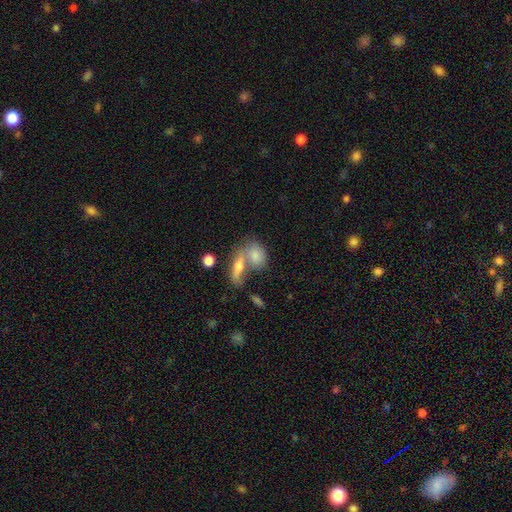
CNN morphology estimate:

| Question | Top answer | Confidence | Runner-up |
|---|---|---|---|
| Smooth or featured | smooth | 70% | featured or disk (21%) |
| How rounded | in between | 68% | round (24%) |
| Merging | merger | 56% | none (28%) |